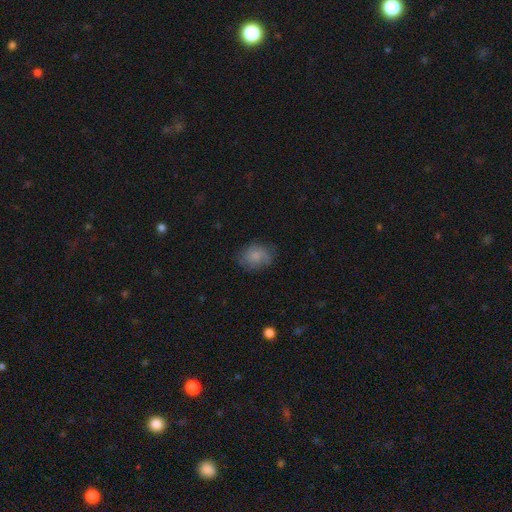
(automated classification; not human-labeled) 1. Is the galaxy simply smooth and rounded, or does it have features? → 77% smooth, 14% featured or disk, 8% star or artifact.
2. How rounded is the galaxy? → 53% in between, 46% round, 1% cigar-shaped.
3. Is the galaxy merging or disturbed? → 70% none, 22% minor disturbance, 7% major disturbance, 1% merger.